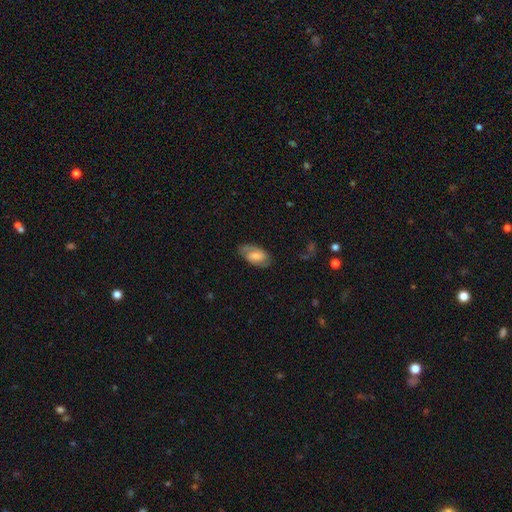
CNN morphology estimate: A featured or disk galaxy (54%) with a weak bar (48%), spiral arms (84%) and a moderate central bulge (37%). Merging: none (75%).